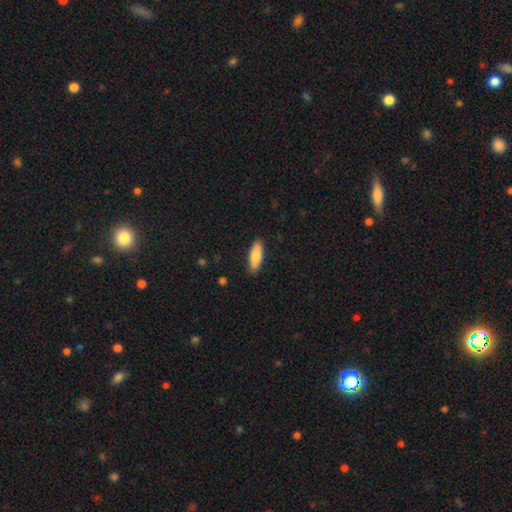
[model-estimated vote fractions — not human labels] This appears to be a smooth galaxy with no disk features (83%) that is in between round and cigar-shaped (64%). Merging: none (88%).